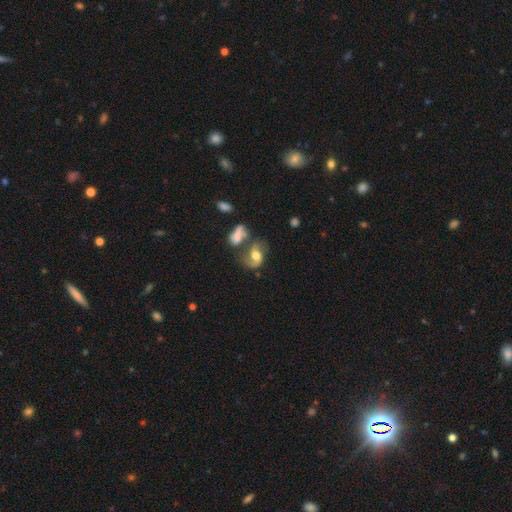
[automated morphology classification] featured or disk 63%, smooth 28%, star or artifact 9%. Down the decision tree: edge-on disk — no (96%); bar — no (53%); spiral arms — yes (85%); spiral arm count — 2 (82%); spiral winding — loose (51%); bulge size — moderate (62%); merging — none (38%).